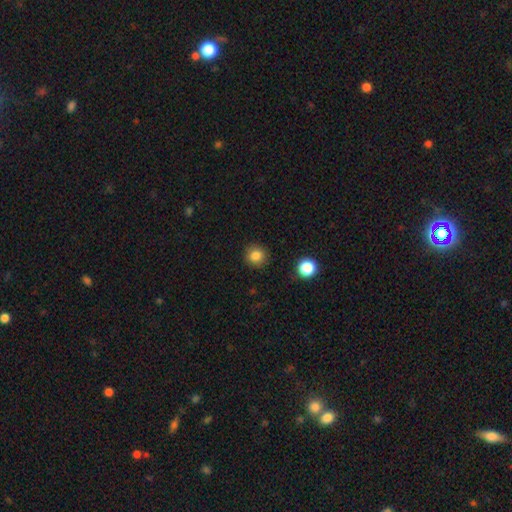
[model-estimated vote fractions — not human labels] Smooth or featured: smooth — 84% (star or artifact — 11%)
How rounded: round — 93% (in between — 6%)
Merging: none — 90% (minor disturbance — 6%)